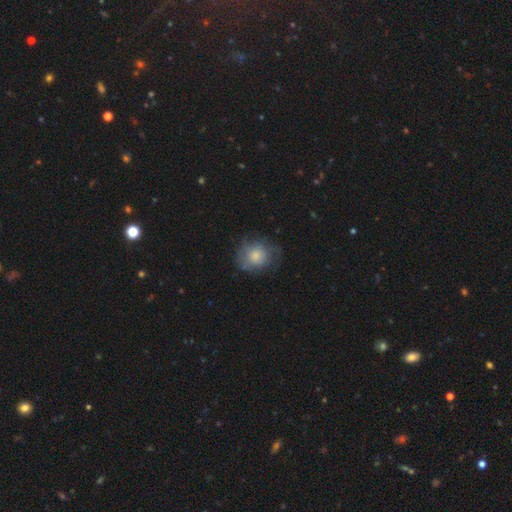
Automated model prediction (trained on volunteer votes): Smooth or featured: smooth — 67% (featured or disk — 25%)
How rounded: round — 78% (in between — 21%)
Merging: none — 57% (minor disturbance — 26%)